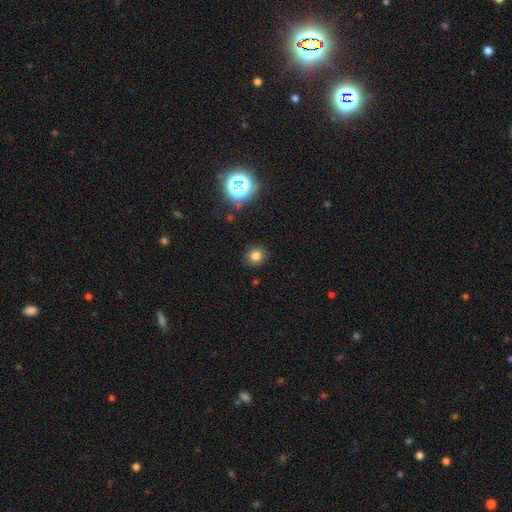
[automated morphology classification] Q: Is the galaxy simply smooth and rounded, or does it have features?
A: smooth — 77%.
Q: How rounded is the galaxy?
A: round — 80%.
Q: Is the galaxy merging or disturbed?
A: none — 88%.